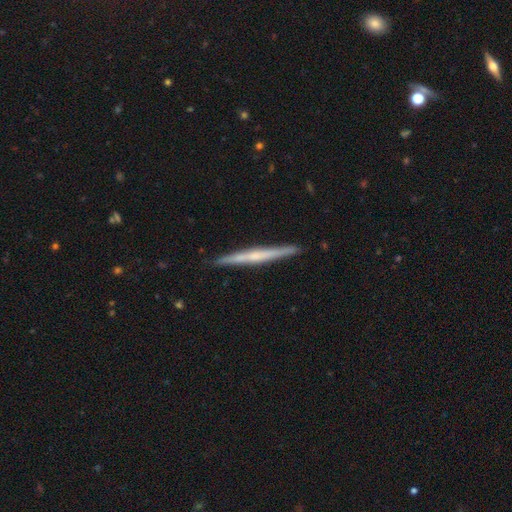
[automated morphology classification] smooth_or_featured: featured or disk (p=0.58) [alt: smooth p=0.37]
disk_edge_on: yes (p=0.98) [alt: no p=0.02]
edge_on_bulge: none (p=0.62) [alt: rounded p=0.30]
merging: none (p=0.92) [alt: minor disturbance p=0.06]